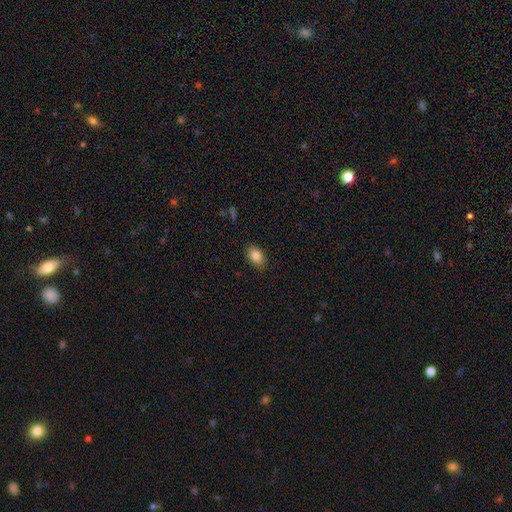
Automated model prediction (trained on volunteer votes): Smooth or featured? smooth (84%)
How rounded? in between (86%)
Merging? none (87%)